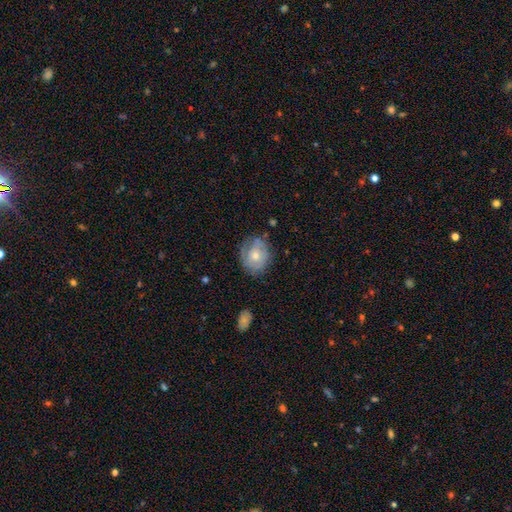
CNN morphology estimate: Smooth or featured: featured or disk — 48% (smooth — 45%)
Merging: none — 65% (minor disturbance — 24%)